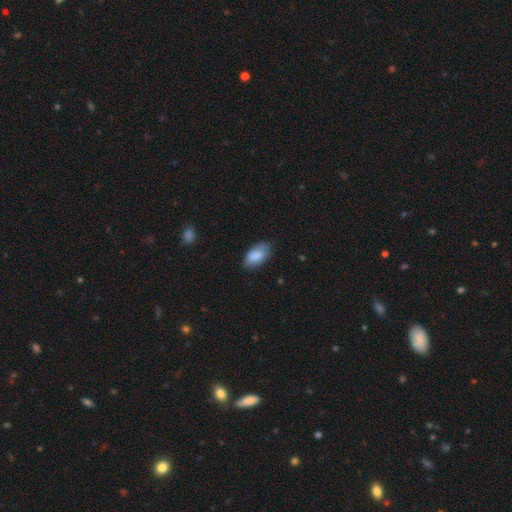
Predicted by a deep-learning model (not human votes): Q: Smooth or featured?
A: smooth (84%); runner-up: featured or disk (10%)
Q: How rounded?
A: in between (94%); runner-up: round (4%)
Q: Merging?
A: none (69%); runner-up: minor disturbance (24%)